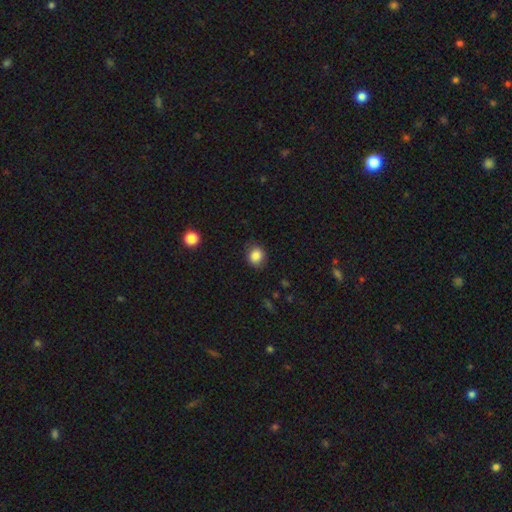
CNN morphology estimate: smooth-or-featured: smooth: 85% | star or artifact: 10% | featured or disk: 5%
  how-rounded: round: 70% | in between: 29% | cigar-shaped: 1%
  merging: none: 81% | minor disturbance: 14% | major disturbance: 4% | merger: 1%